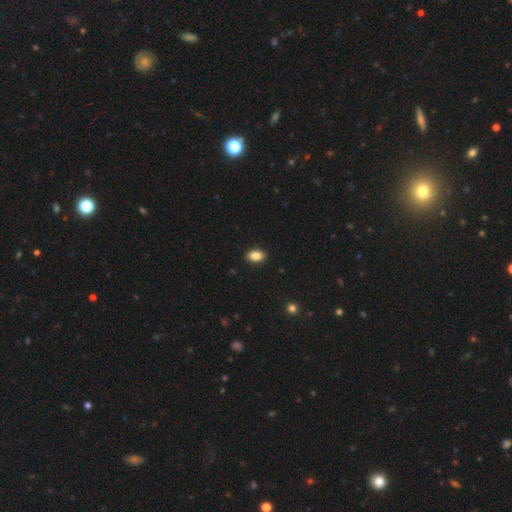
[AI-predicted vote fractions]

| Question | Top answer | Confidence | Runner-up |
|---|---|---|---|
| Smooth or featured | smooth | 87% | star or artifact (8%) |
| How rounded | in between | 88% | round (11%) |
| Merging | none | 90% | minor disturbance (7%) |